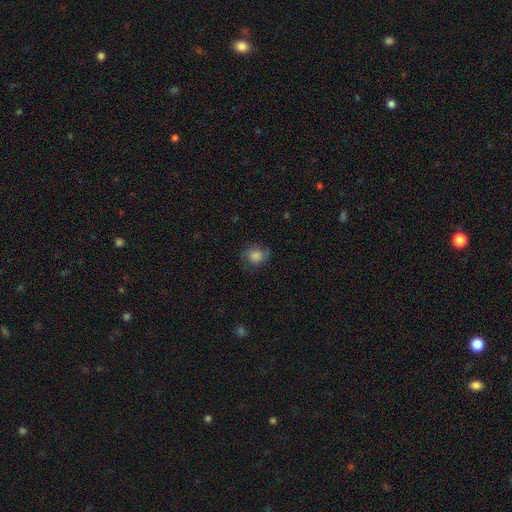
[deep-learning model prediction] A smooth galaxy with no disk features (70%) that is round (70%).

Vote fractions:
- Smooth or featured? smooth: 70% / featured or disk: 20% / star or artifact: 11%
- How rounded? round: 70% / in between: 29% / cigar-shaped: 1%
- Merging? none: 71% / minor disturbance: 20% / major disturbance: 8% / merger: 1%